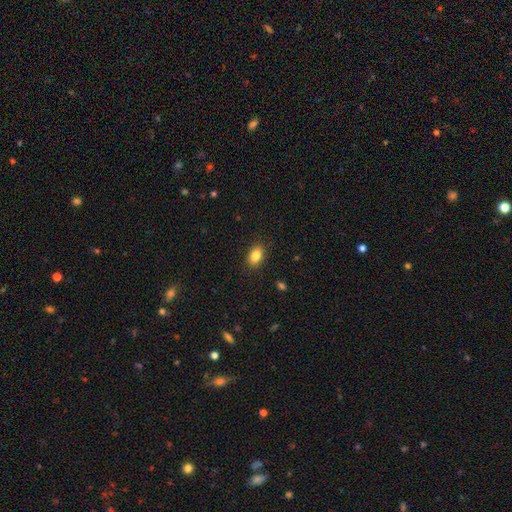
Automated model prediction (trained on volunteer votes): A smooth galaxy with no disk features (85%) that is in between round and cigar-shaped (84%). Merging: none (88%).